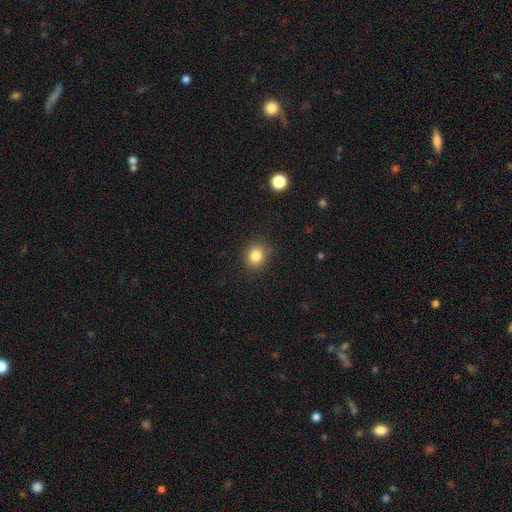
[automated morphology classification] smooth_or_featured: smooth (p=0.83) [alt: star or artifact p=0.11]
how_rounded: round (p=0.73) [alt: in between p=0.26]
merging: none (p=0.85) [alt: minor disturbance p=0.11]